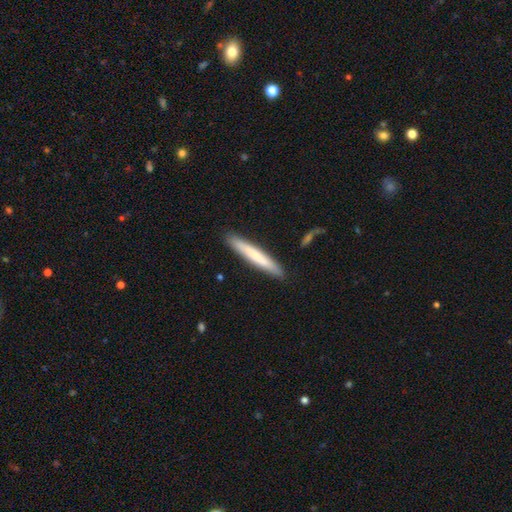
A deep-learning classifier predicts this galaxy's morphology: Smooth or featured?
  - smooth: 68% *
  - featured or disk: 27%
  - star or artifact: 6%
How rounded?
  - cigar-shaped: 95% *
  - in between: 4%
  - round: 1%
Merging?
  - none: 89% *
  - minor disturbance: 8%
  - major disturbance: 2%
  - merger: 2%